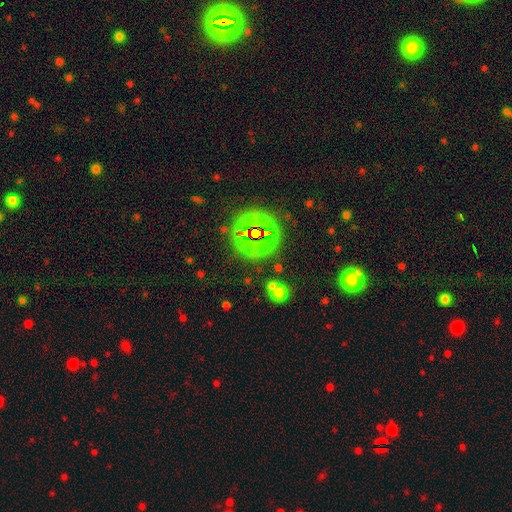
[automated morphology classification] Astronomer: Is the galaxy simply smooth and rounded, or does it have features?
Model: star or artifact — 67%.